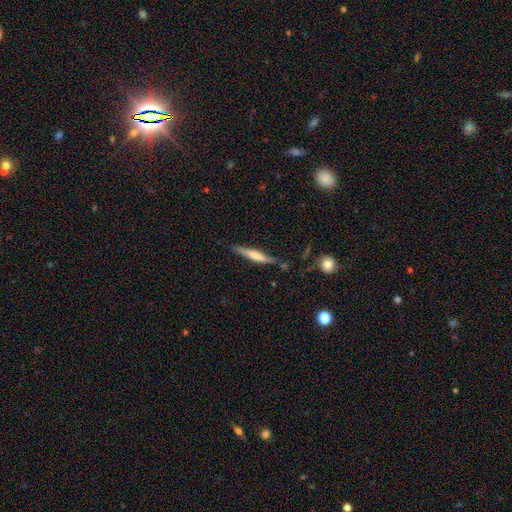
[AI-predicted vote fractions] This is possibly a smooth galaxy (53%). How rounded: clearly cigar-shaped (91%). Merging: likely none (76%).